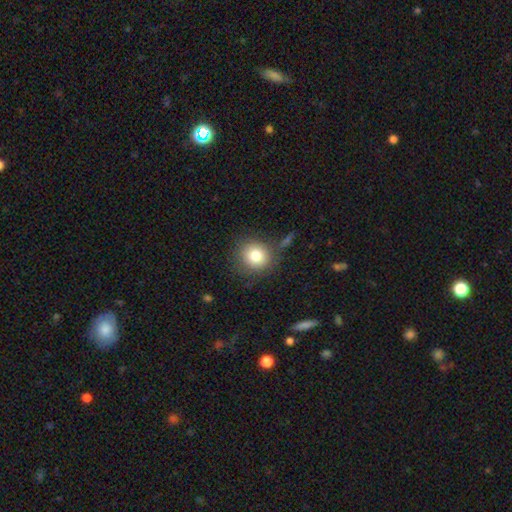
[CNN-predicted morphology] A smooth galaxy with no disk features (80%) that is round (89%).

Vote fractions:
- Smooth or featured? smooth: 80% / star or artifact: 10% / featured or disk: 10%
- How rounded? round: 89% / in between: 10% / cigar-shaped: 1%
- Merging? none: 80% / minor disturbance: 11% / major disturbance: 5% / merger: 4%